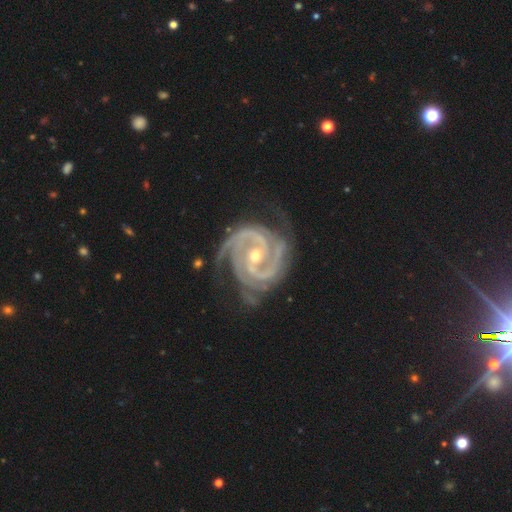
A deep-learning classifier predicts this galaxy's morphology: The model was most divided on "bulge size": moderate: 50%, small: 48%, large: 1%, none: 1%, dominant: 1%. Remaining: spiral arms — yes (99%); edge-on disk — no (98%); smooth or featured — featured or disk (94%); merging — none (66%); spiral winding — tight (64%); bar — no (43%); spiral arm count — 3 (38%).